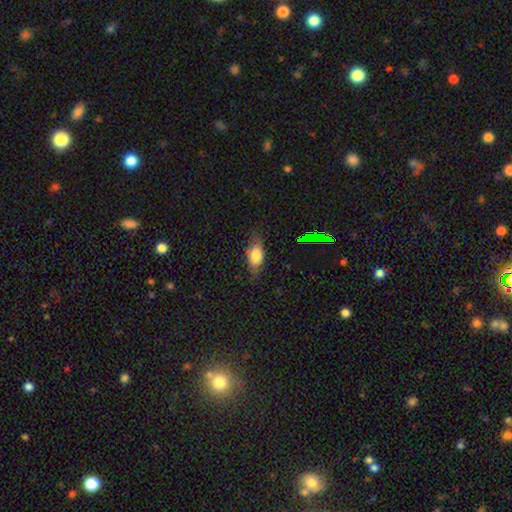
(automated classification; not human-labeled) Smooth or featured? Predicted: smooth (p=0.68). How rounded? Predicted: in between (p=0.79). Merging? Predicted: none (p=0.70).